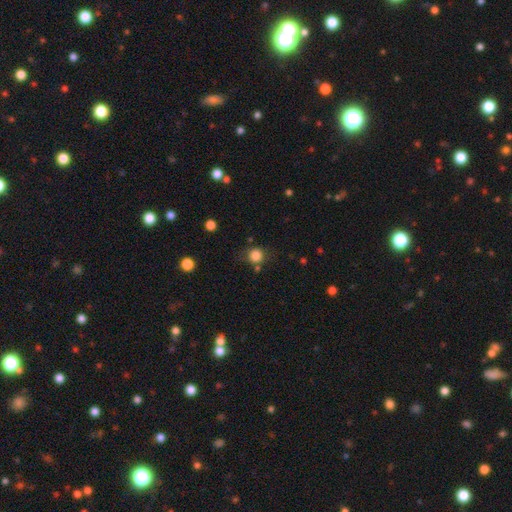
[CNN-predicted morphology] smooth 83%, star or artifact 12%, featured or disk 5%. Down the decision tree: how rounded — round (86%); merging — none (73%).